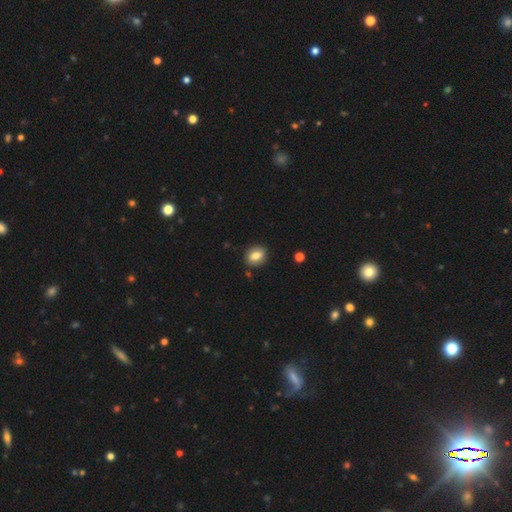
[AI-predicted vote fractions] The model was most divided on "how rounded": in between: 52%, round: 47%, cigar-shaped: 1%. More confident: merging — none (86%); smooth or featured — smooth (81%).